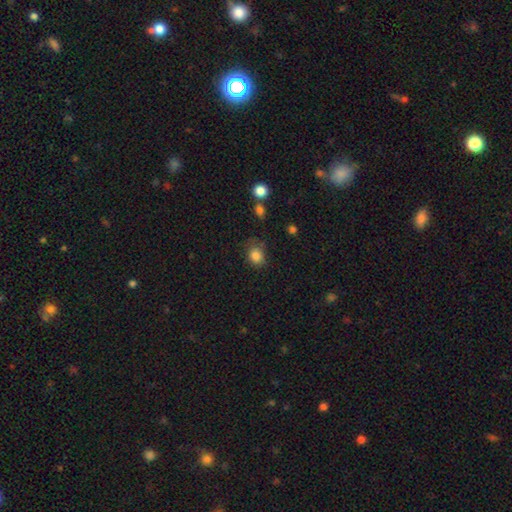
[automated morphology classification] smooth-or-featured: smooth: 84% | star or artifact: 10% | featured or disk: 6%
  how-rounded: round: 59% | in between: 40% | cigar-shaped: 1%
  merging: none: 63% | minor disturbance: 26% | major disturbance: 8% | merger: 3%